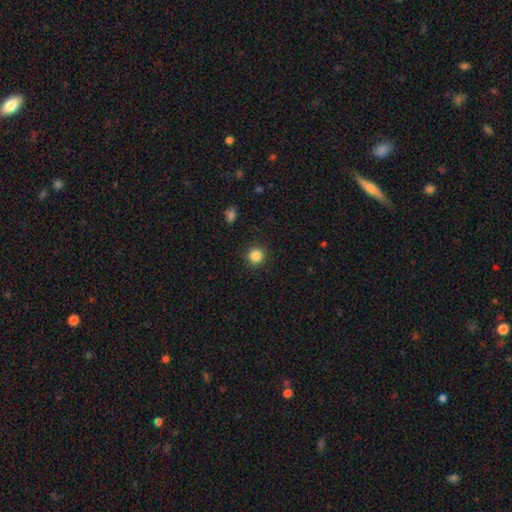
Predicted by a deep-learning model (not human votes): Smooth or featured?
  - smooth: 85% *
  - star or artifact: 11%
  - featured or disk: 4%
How rounded?
  - round: 93% *
  - in between: 6%
  - cigar-shaped: 1%
Merging?
  - none: 91% *
  - minor disturbance: 6%
  - major disturbance: 2%
  - merger: 1%